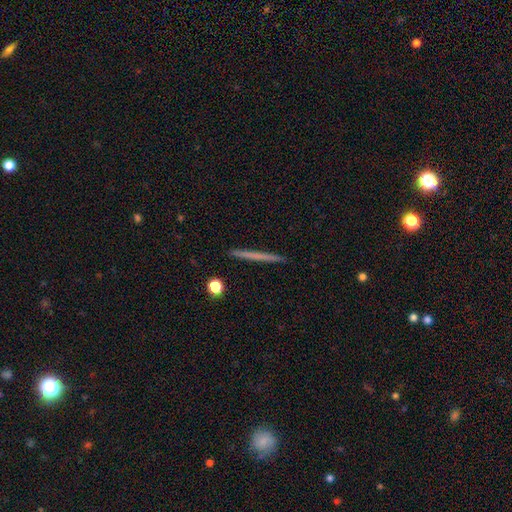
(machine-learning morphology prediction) A smooth galaxy with no disk features (54%) that is cigar-shaped (96%).

Vote fractions:
- Smooth or featured? smooth: 54% / featured or disk: 39% / star or artifact: 6%
- How rounded? cigar-shaped: 96% / round: 2% / in between: 2%
- Merging? none: 93% / minor disturbance: 5% / merger: 1% / major disturbance: 1%